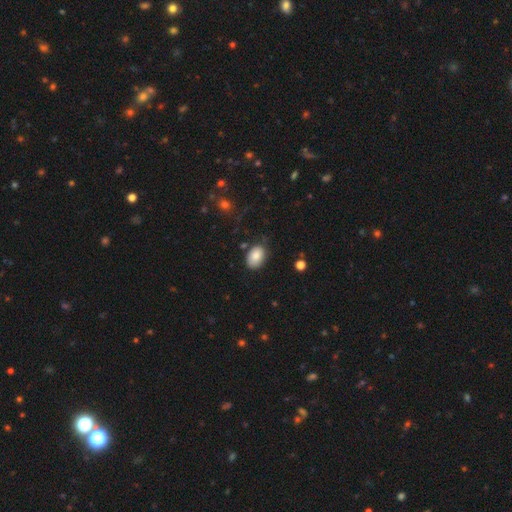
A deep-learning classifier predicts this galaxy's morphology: Smooth or featured? smooth (86%)
How rounded? in between (85%)
Merging? none (76%)